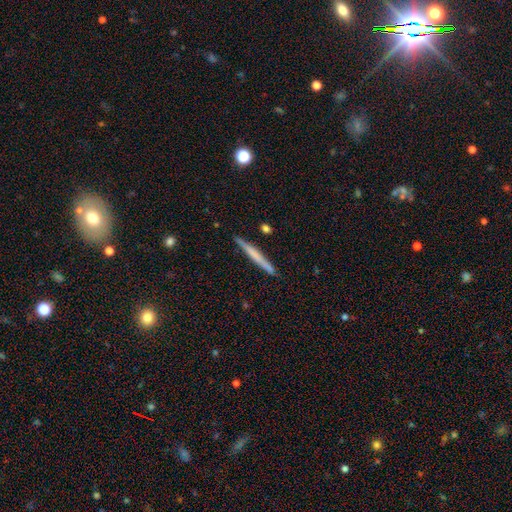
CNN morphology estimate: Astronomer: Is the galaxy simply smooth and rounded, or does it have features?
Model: smooth — 53% (runner-up: featured or disk, 42%).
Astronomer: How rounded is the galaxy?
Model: cigar-shaped — 96%.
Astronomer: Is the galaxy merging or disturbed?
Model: none — 89%.